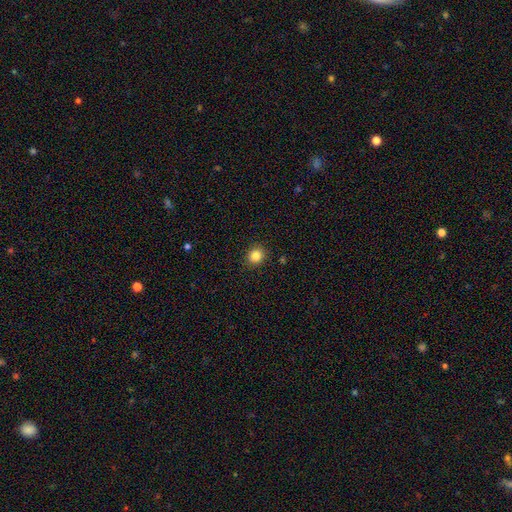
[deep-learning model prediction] smooth_or_featured: smooth (p=0.84) [alt: star or artifact p=0.12]
how_rounded: round (p=0.85) [alt: in between p=0.14]
merging: none (p=0.91) [alt: minor disturbance p=0.06]